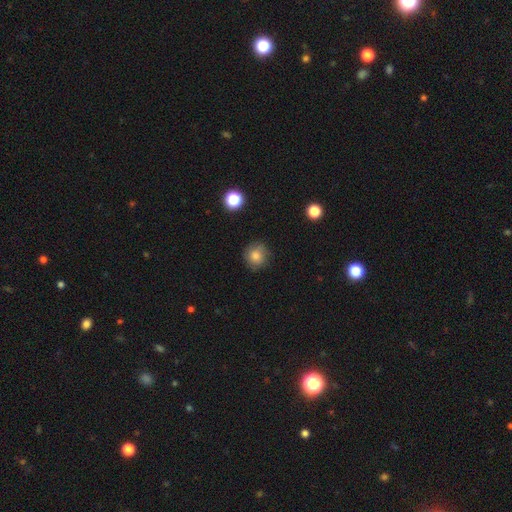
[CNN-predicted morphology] type=smooth (78%); roundness=round (90%); merging=none (80%).